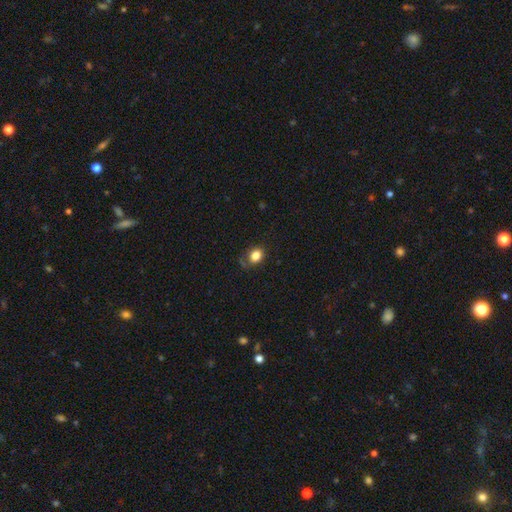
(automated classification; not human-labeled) smooth_or_featured: smooth (p=0.83) [alt: star or artifact p=0.10]
how_rounded: in between (p=0.55) [alt: round p=0.44]
merging: none (p=0.69) [alt: minor disturbance p=0.21]